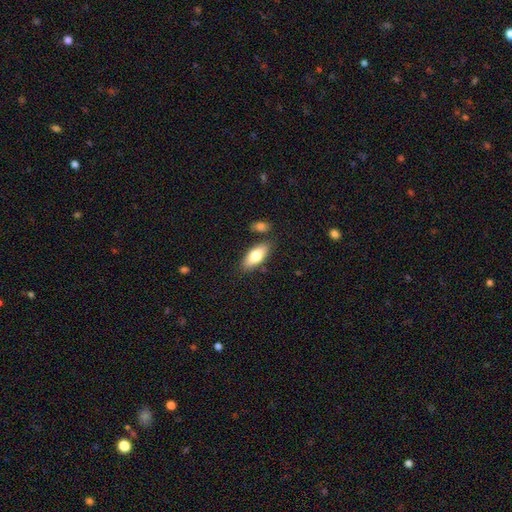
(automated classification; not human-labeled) Morphology: type=smooth (76%); roundness=in between (83%); merging=none (79%).